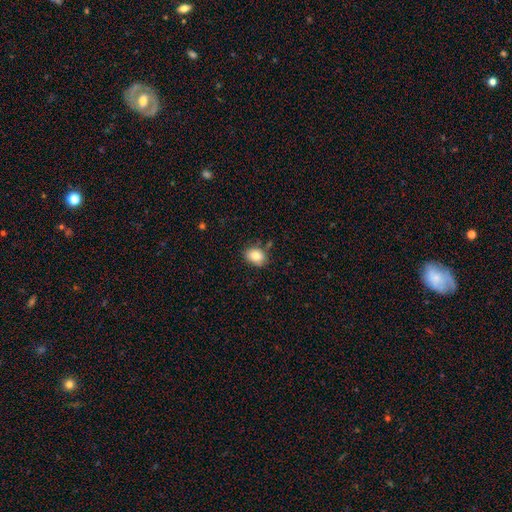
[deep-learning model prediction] Smooth or featured: smooth — 84% (star or artifact — 9%)
How rounded: in between — 59% (round — 40%)
Merging: none — 78% (minor disturbance — 15%)